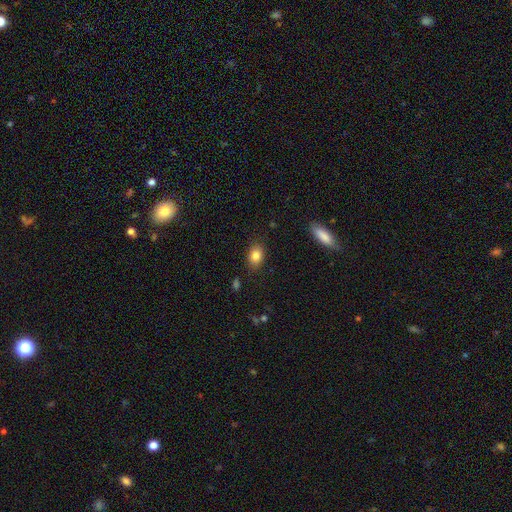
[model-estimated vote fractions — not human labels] This appears to be a smooth galaxy with no disk features (84%) that is in between round and cigar-shaped (76%). Merging: none (85%).